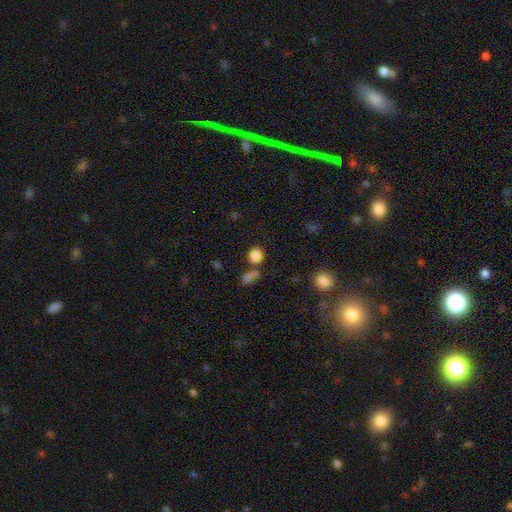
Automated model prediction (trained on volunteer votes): Overall: smooth (83%). How rounded: round (77%). Merging: none (64%).